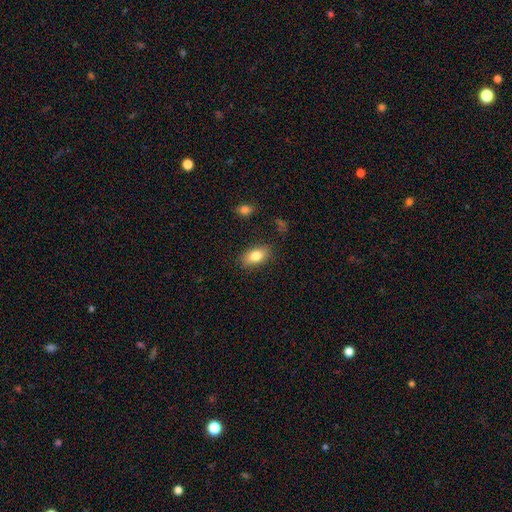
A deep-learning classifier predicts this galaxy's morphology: Smooth or featured: smooth — 82% (featured or disk — 11%)
How rounded: in between — 89% (round — 6%)
Merging: none — 85% (minor disturbance — 11%)